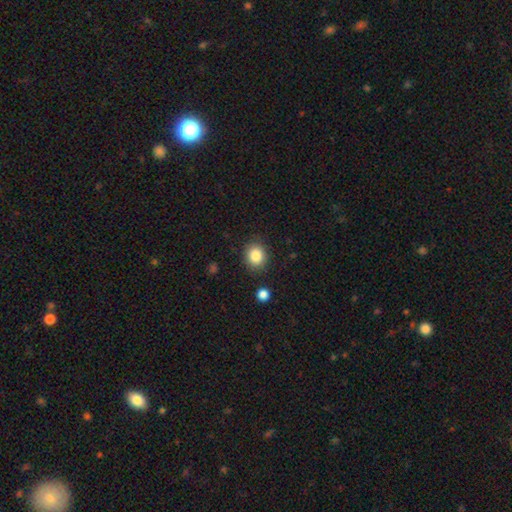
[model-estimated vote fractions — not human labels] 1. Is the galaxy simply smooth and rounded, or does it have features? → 85% smooth, 10% star or artifact, 5% featured or disk.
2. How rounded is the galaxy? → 75% round, 25% in between, 1% cigar-shaped.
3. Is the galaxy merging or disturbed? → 86% none, 9% minor disturbance, 3% major disturbance, 2% merger.